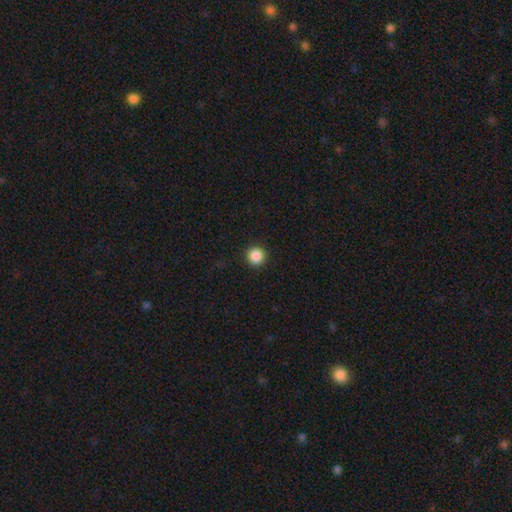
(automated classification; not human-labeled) Overall: smooth (88%). How rounded: round (95%). Merging: none (93%).